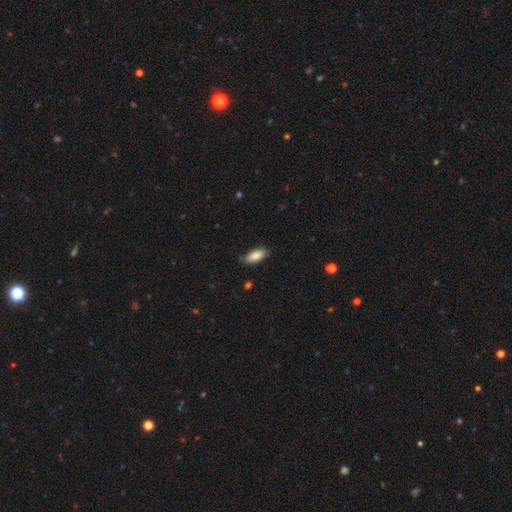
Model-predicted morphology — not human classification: Smooth or featured? smooth (86%)
How rounded? in between (89%)
Merging? none (82%)